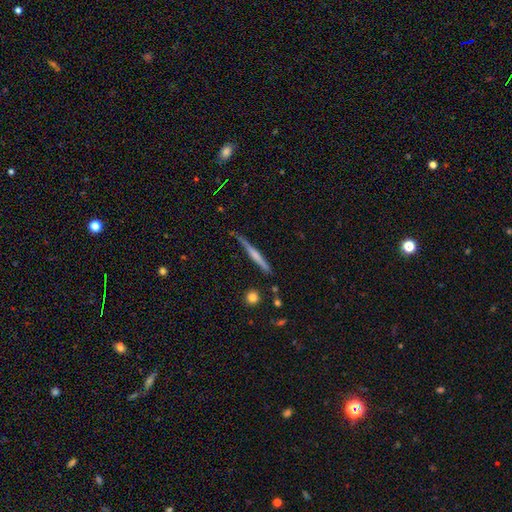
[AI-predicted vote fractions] A featured or disk galaxy (52%) viewed edge-on (97%) with no central bulge (55%). Merging: none (79%).